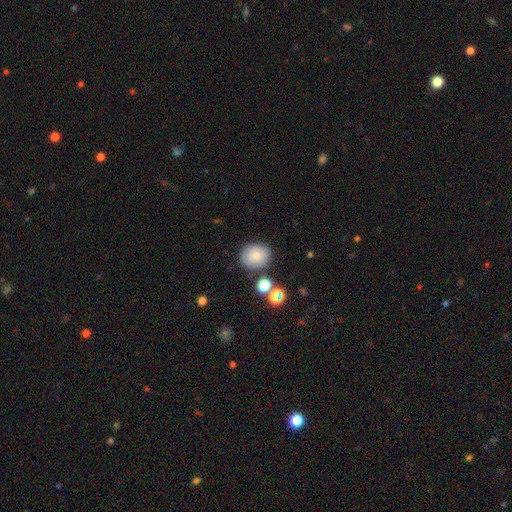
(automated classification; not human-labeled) smooth 80%, star or artifact 10%, featured or disk 10%. Down the decision tree: how rounded — round (71%); merging — none (77%).